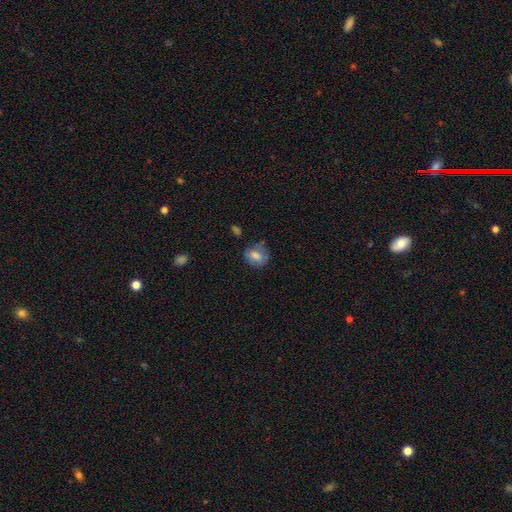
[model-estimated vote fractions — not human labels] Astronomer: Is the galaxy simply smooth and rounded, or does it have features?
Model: smooth — 71%.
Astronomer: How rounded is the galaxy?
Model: round — 57% (runner-up: in between, 41%).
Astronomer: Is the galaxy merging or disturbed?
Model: none — 62%.